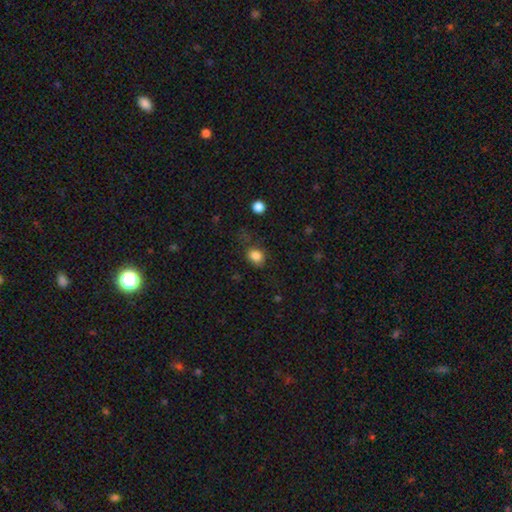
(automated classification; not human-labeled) This appears to be a smooth galaxy with no disk features (84%) that is round (55%). Merging: none (64%).